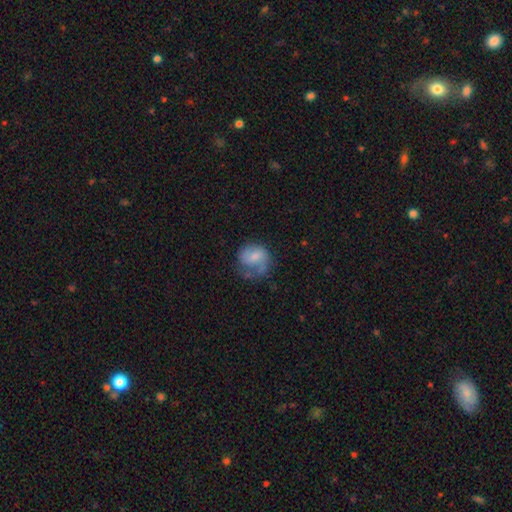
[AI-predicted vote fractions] A smooth galaxy with no disk features (52%) that is round (66%).

Vote fractions:
- Smooth or featured? smooth: 52% / featured or disk: 40% / star or artifact: 8%
- How rounded? round: 66% / in between: 33% / cigar-shaped: 1%
- Merging? none: 42% / minor disturbance: 28% / major disturbance: 27% / merger: 3%